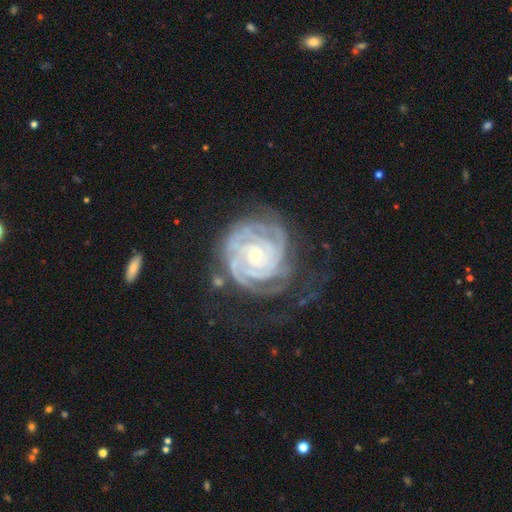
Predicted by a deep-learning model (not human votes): Smooth or featured? featured or disk (90%)
Edge-on disk? no (98%)
Bar? no (74%)
Spiral arms? yes (98%)
Spiral winding? tight (84%)
Spiral arm count? 4 (24%)
Bulge size? small (77%)
Merging? none (58%)